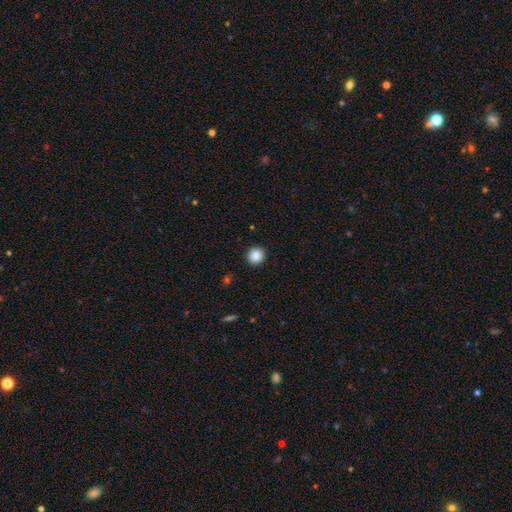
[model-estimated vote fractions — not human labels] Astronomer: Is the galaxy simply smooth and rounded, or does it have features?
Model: smooth — 87%.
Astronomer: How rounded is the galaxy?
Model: round — 94%.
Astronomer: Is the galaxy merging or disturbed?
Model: none — 93%.